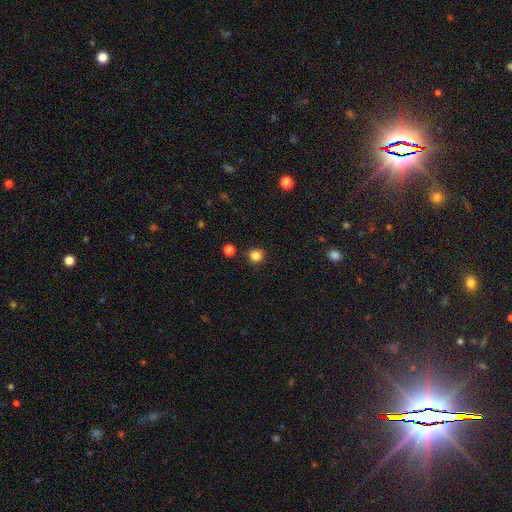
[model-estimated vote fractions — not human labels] smooth 84%, star or artifact 13%, featured or disk 4%. Down the decision tree: how rounded — round (90%); merging — none (88%).